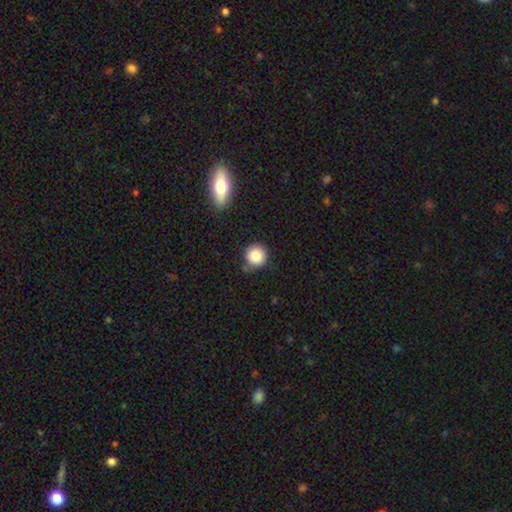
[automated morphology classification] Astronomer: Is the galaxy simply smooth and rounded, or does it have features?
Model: smooth — 84%.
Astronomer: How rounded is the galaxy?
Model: round — 93%.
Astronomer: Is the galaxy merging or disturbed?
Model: none — 74%.